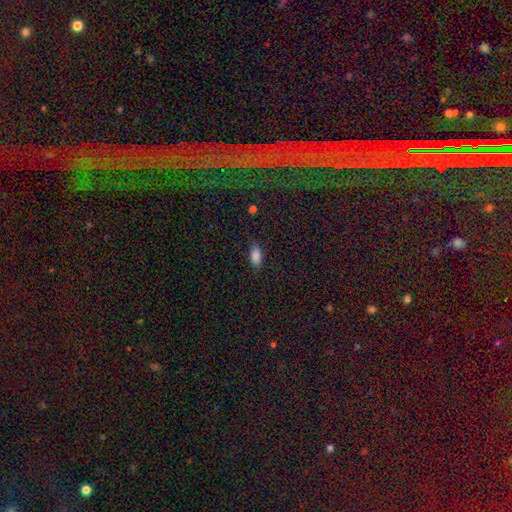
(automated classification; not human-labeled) Smooth or featured: smooth — 86% (star or artifact — 9%)
How rounded: in between — 89% (cigar-shaped — 8%)
Merging: none — 79% (minor disturbance — 16%)